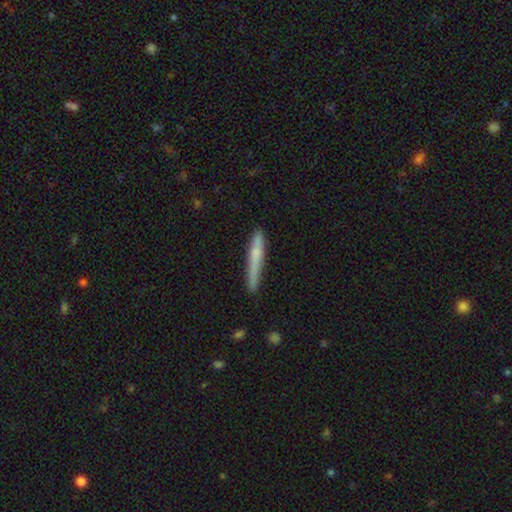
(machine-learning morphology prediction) Smooth or featured: smooth — 61% (featured or disk — 33%)
How rounded: cigar-shaped — 95% (in between — 3%)
Merging: none — 80% (minor disturbance — 15%)